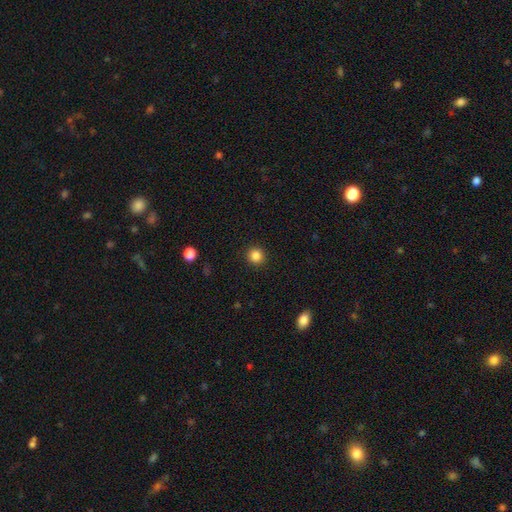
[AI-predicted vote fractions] Overall: smooth (86%). How rounded: round (93%). Merging: none (92%).